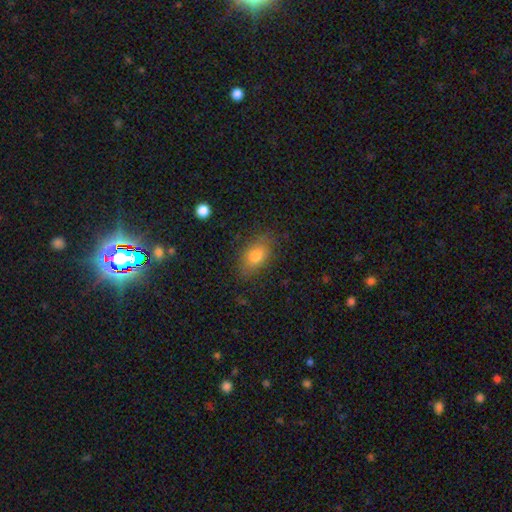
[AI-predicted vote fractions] Smooth or featured? smooth (77%)
How rounded? in between (85%)
Merging? none (79%)